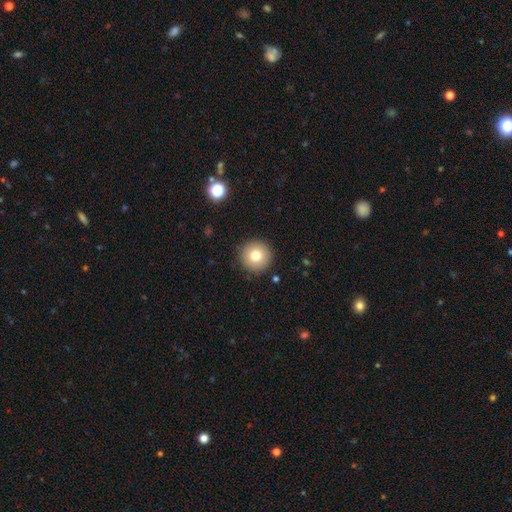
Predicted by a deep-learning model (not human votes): smooth_or_featured: smooth (p=0.78) [alt: featured or disk p=0.12]
how_rounded: round (p=0.96) [alt: in between p=0.03]
merging: none (p=0.91) [alt: minor disturbance p=0.06]